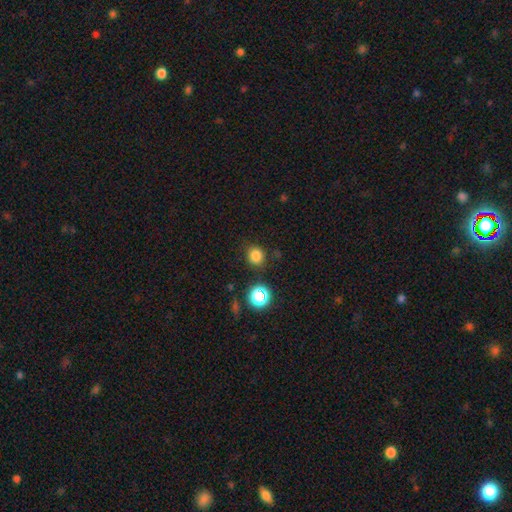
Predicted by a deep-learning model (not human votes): A smooth galaxy with no disk features (80%) that is round (85%).

Vote fractions:
- Smooth or featured? smooth: 80% / star or artifact: 16% / featured or disk: 4%
- How rounded? round: 85% / in between: 14% / cigar-shaped: 1%
- Merging? none: 84% / minor disturbance: 10% / major disturbance: 3% / merger: 3%